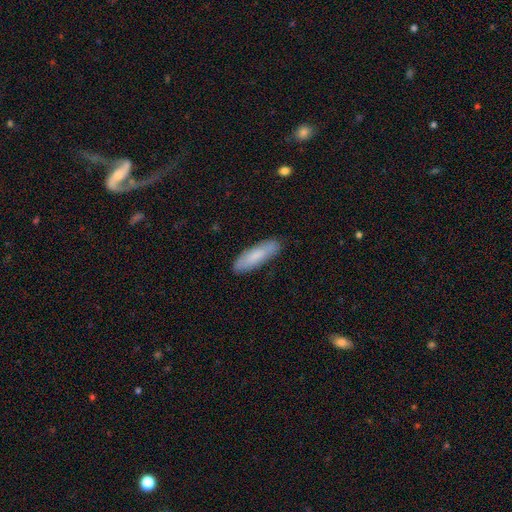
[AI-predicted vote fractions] Smooth or featured? smooth (77%)
How rounded? cigar-shaped (55%)
Merging? none (85%)